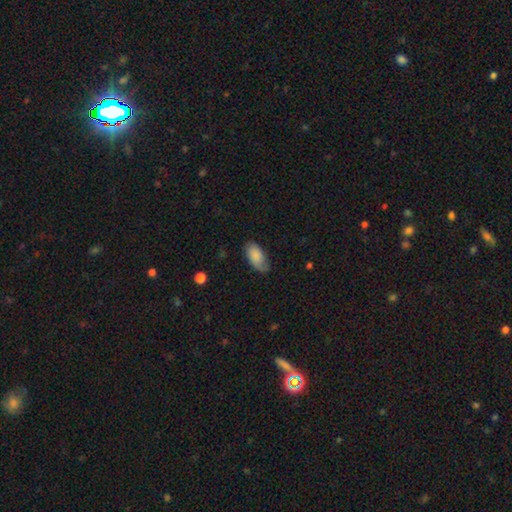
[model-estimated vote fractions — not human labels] Morphology: type=smooth (79%); roundness=in between (94%); merging=none (70%).